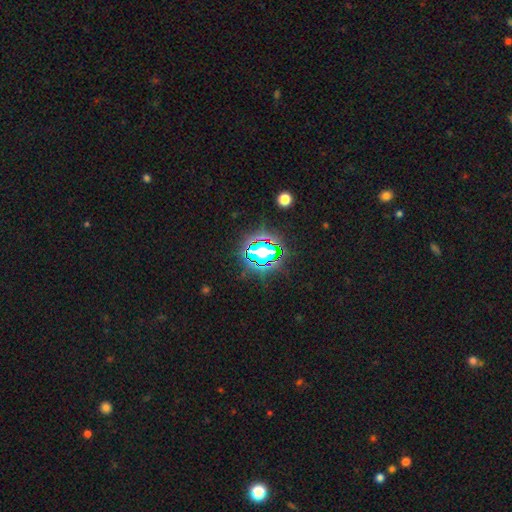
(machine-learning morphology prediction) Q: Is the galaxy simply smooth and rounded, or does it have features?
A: star or artifact — 68%.